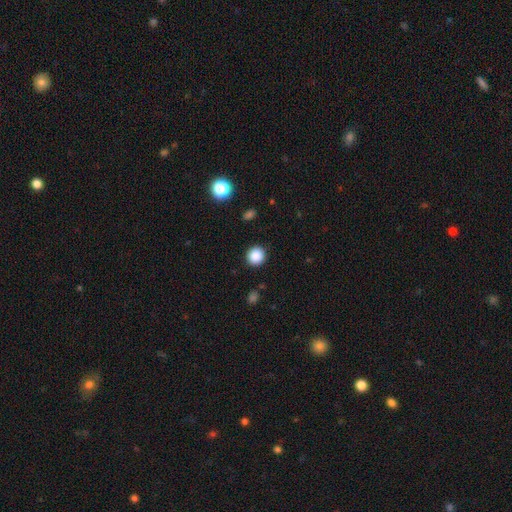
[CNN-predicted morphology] smooth-or-featured: smooth: 87% | star or artifact: 10% | featured or disk: 3%
  how-rounded: round: 92% | in between: 7% | cigar-shaped: 1%
  merging: none: 91% | minor disturbance: 6% | major disturbance: 2% | merger: 1%